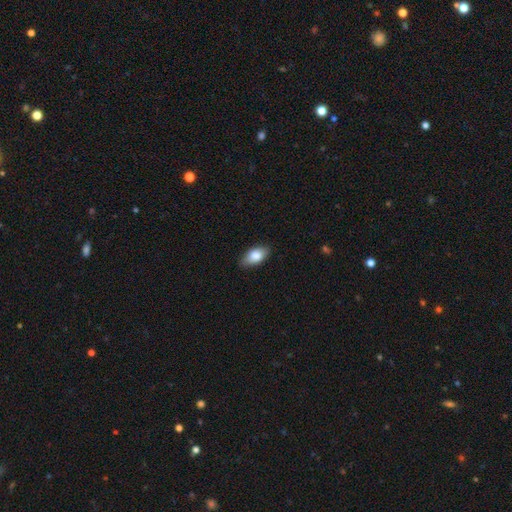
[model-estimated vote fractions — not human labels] smooth_or_featured: smooth (p=0.83) [alt: featured or disk p=0.11]
how_rounded: in between (p=0.92) [alt: round p=0.04]
merging: none (p=0.83) [alt: minor disturbance p=0.13]